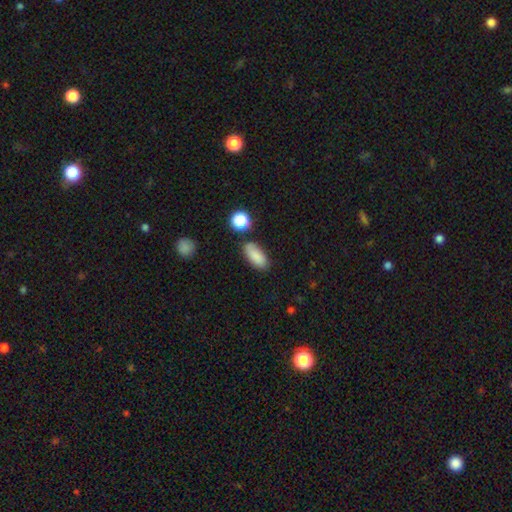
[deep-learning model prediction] A smooth galaxy with no disk features (85%) that is in between round and cigar-shaped (85%).

Vote fractions:
- Smooth or featured? smooth: 85% / star or artifact: 9% / featured or disk: 7%
- How rounded? in between: 85% / cigar-shaped: 11% / round: 4%
- Merging? none: 76% / minor disturbance: 14% / merger: 6% / major disturbance: 4%